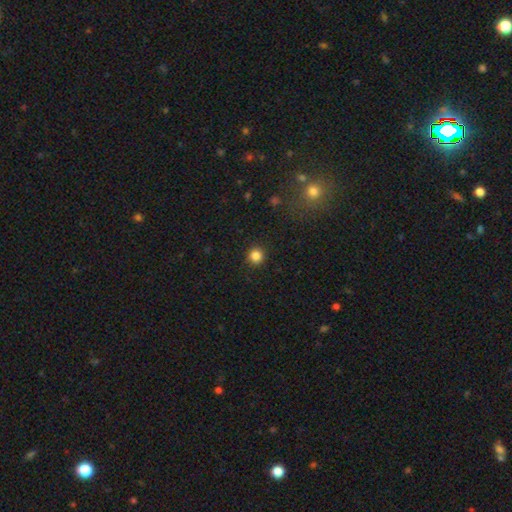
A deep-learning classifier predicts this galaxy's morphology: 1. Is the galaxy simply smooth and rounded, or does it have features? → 85% smooth, 12% star or artifact, 4% featured or disk.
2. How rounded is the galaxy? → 93% round, 6% in between, 1% cigar-shaped.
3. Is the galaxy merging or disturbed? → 91% none, 6% minor disturbance, 2% major disturbance, 1% merger.